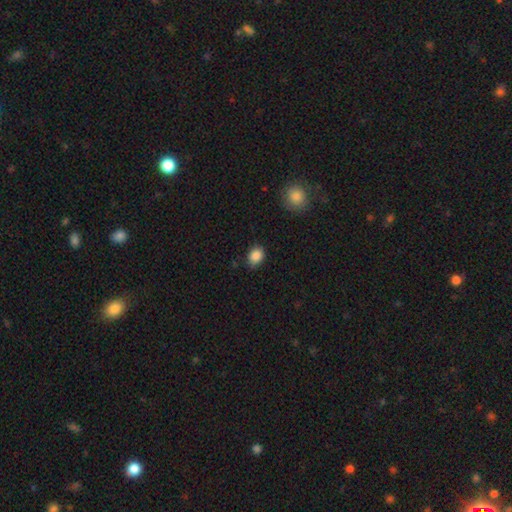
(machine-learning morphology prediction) Q: Smooth or featured?
A: smooth (87%); runner-up: star or artifact (9%)
Q: How rounded?
A: in between (53%); runner-up: round (46%)
Q: Merging?
A: none (76%); runner-up: minor disturbance (19%)